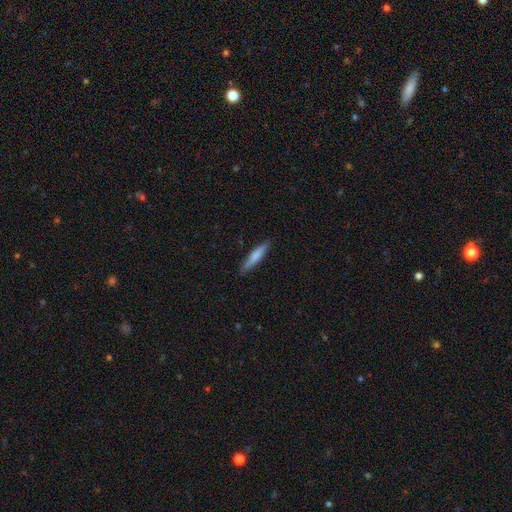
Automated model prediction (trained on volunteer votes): A smooth galaxy with no disk features (71%) that is cigar-shaped (89%). Merging: none (87%).